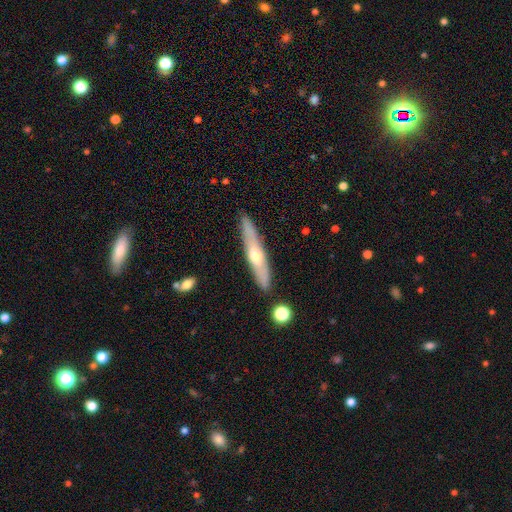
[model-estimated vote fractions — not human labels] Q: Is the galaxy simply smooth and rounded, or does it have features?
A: featured or disk — 54%.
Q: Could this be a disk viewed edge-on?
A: yes — 86%.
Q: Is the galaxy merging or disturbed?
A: none — 87%.